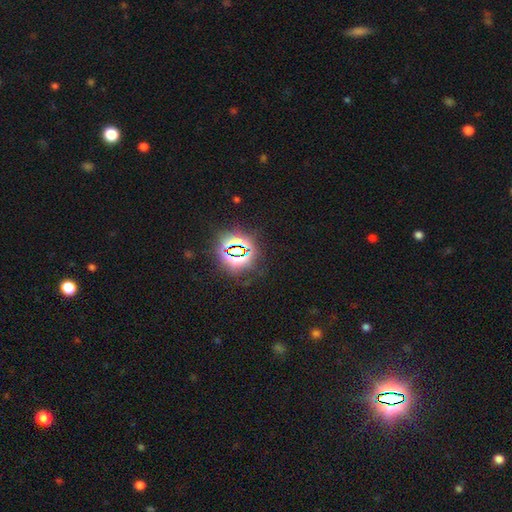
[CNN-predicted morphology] smooth-or-featured: star or artifact: 82% | smooth: 11% | featured or disk: 7%